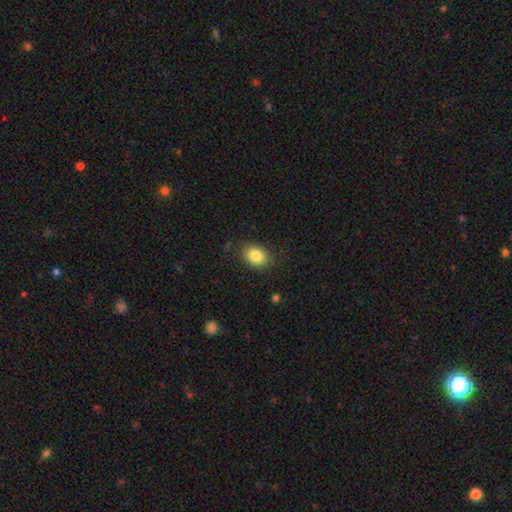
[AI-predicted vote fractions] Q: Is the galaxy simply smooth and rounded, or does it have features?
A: smooth — 84%.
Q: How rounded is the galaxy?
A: in between — 67%.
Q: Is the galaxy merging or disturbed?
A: none — 83%.